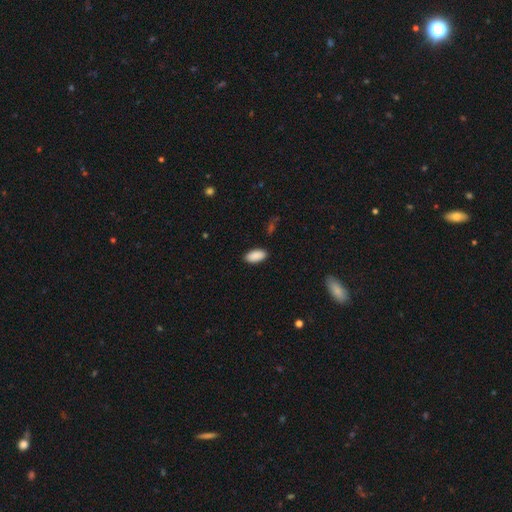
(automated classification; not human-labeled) Smooth or featured: smooth — 91% (star or artifact — 6%)
How rounded: in between — 93% (cigar-shaped — 5%)
Merging: none — 88% (minor disturbance — 8%)